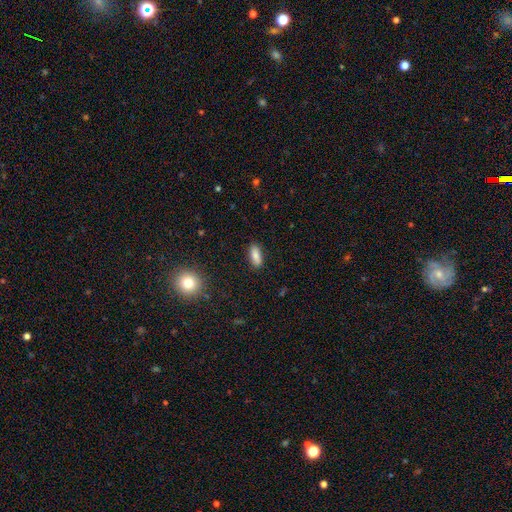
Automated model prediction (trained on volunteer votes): Q: Smooth or featured?
A: smooth (83%); runner-up: featured or disk (9%)
Q: How rounded?
A: in between (78%); runner-up: cigar-shaped (20%)
Q: Merging?
A: none (87%); runner-up: minor disturbance (9%)